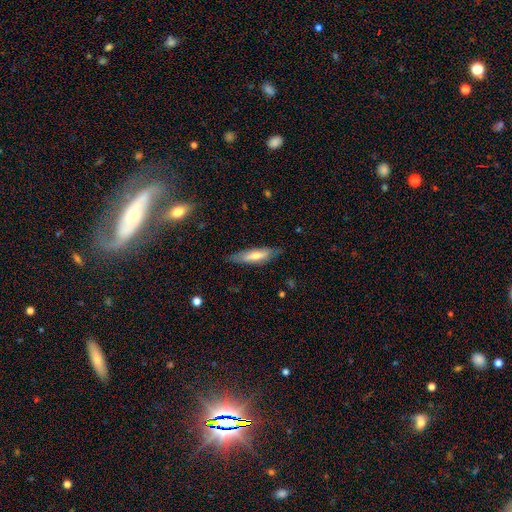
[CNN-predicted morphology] The model was most divided on "smooth or featured": smooth: 50%, featured or disk: 43%, star or artifact: 7%. More confident: merging — none (79%); how rounded — cigar-shaped (68%).